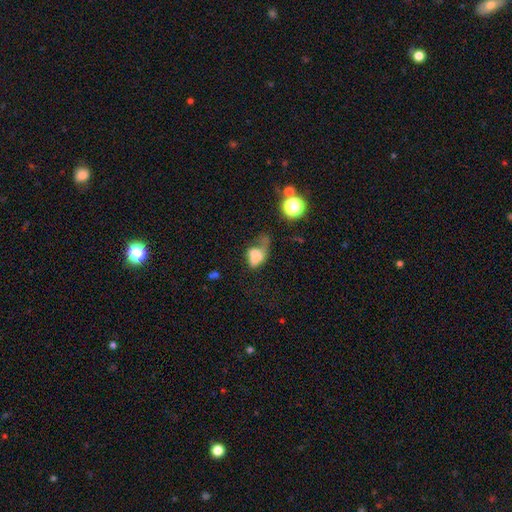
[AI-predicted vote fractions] A smooth galaxy with no disk features (61%) that is in between round and cigar-shaped (74%).

Vote fractions:
- Smooth or featured? smooth: 61% / featured or disk: 24% / star or artifact: 15%
- How rounded? in between: 74% / round: 23% / cigar-shaped: 2%
- Merging? major disturbance: 44% / merger: 20% / minor disturbance: 19% / none: 17%